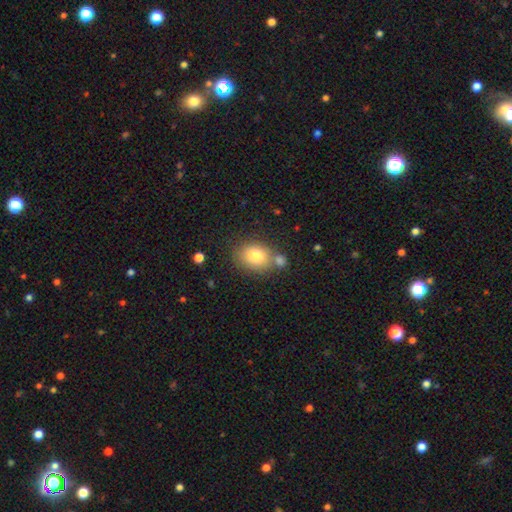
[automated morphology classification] A smooth galaxy with no disk features (79%) that is in between round and cigar-shaped (52%).

Vote fractions:
- Smooth or featured? smooth: 79% / featured or disk: 11% / star or artifact: 9%
- How rounded? in between: 52% / round: 47% / cigar-shaped: 1%
- Merging? none: 62% / merger: 19% / minor disturbance: 14% / major disturbance: 5%